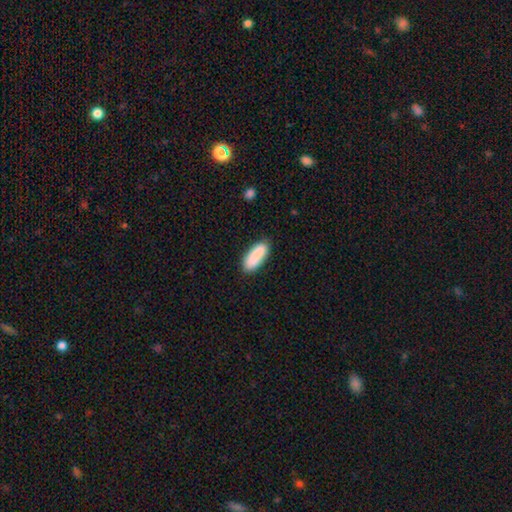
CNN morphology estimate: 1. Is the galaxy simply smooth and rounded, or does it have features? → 88% smooth, 6% star or artifact, 6% featured or disk.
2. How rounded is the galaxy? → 73% in between, 25% cigar-shaped, 2% round.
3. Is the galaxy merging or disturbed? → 82% none, 13% minor disturbance, 3% major disturbance, 2% merger.